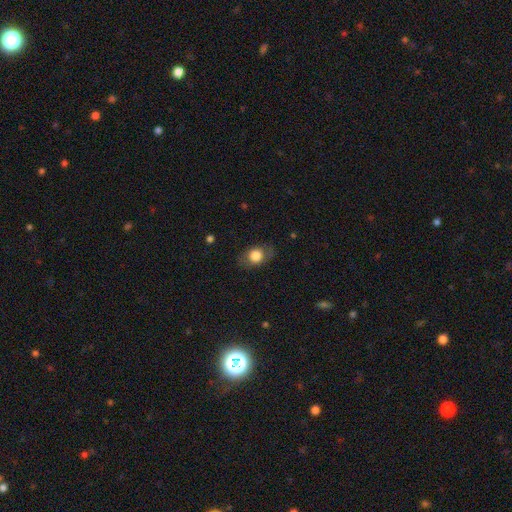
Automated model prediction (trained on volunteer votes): A smooth galaxy with no disk features (75%) that is in between round and cigar-shaped (62%). Merging: none (78%).